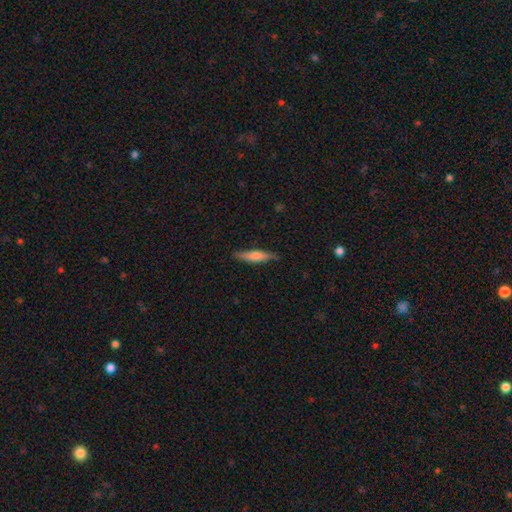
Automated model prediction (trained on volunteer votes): Overall: smooth (53%; featured or disk 41%). How rounded: cigar-shaped (85%). Merging: none (87%).